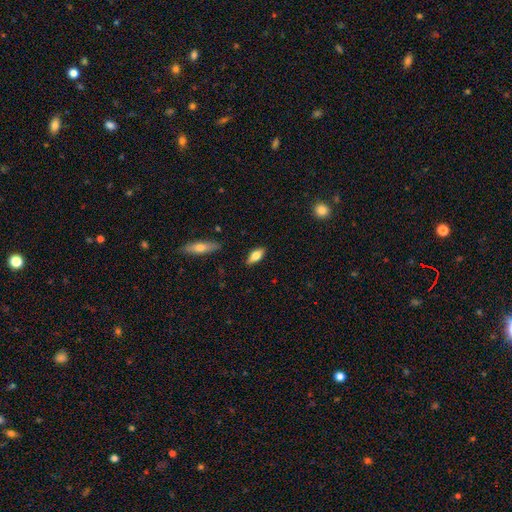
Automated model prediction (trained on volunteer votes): Smooth or featured: smooth — 74% (featured or disk — 20%)
How rounded: in between — 79% (cigar-shaped — 18%)
Merging: none — 87% (minor disturbance — 10%)